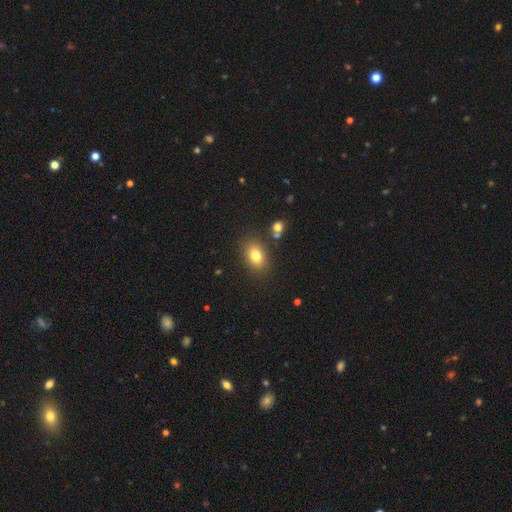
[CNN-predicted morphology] Q: Smooth or featured?
A: smooth (79%); runner-up: star or artifact (11%)
Q: How rounded?
A: in between (76%); runner-up: round (22%)
Q: Merging?
A: none (82%); runner-up: minor disturbance (10%)